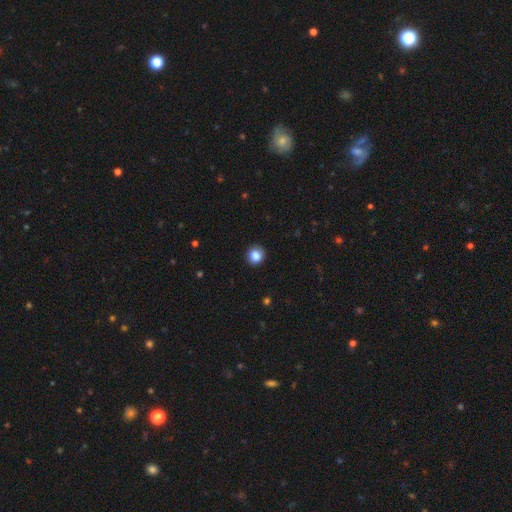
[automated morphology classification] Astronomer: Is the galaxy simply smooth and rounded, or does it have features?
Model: smooth — 86%.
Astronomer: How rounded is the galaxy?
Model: round — 88%.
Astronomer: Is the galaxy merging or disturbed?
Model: none — 88%.